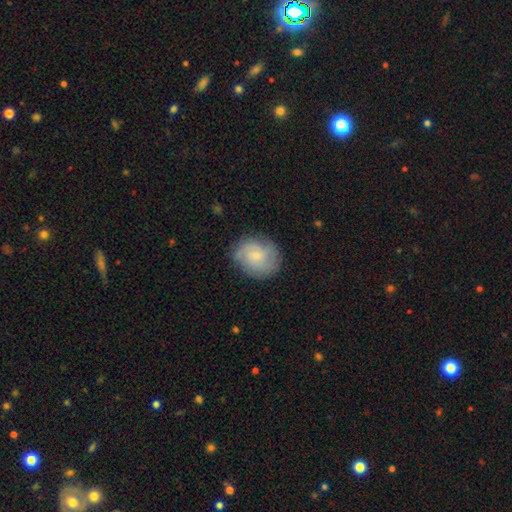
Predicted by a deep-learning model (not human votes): Smooth or featured: smooth — 62% (featured or disk — 30%)
How rounded: round — 63% (in between — 36%)
Merging: none — 77% (minor disturbance — 17%)